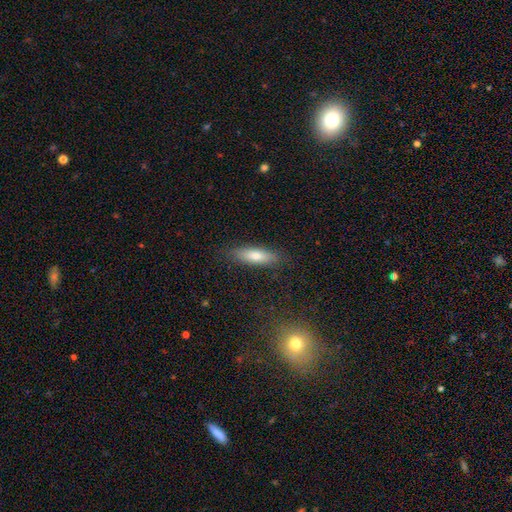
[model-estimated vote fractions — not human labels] smooth-or-featured: smooth: 69% | featured or disk: 23% | star or artifact: 8%
  how-rounded: cigar-shaped: 59% | in between: 38% | round: 2%
  merging: none: 85% | minor disturbance: 11% | major disturbance: 3% | merger: 1%